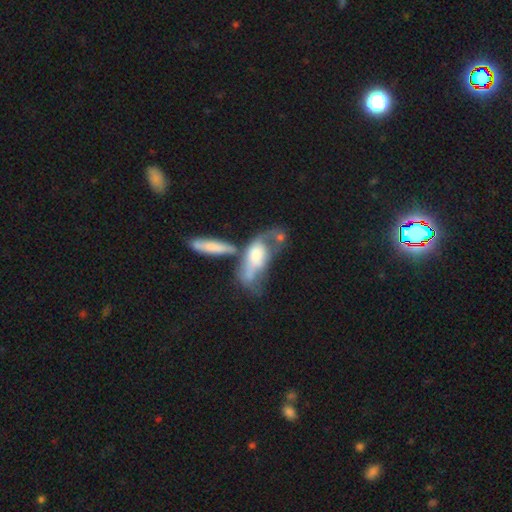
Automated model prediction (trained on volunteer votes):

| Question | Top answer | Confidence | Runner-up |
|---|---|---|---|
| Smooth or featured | featured or disk | 51% | smooth (39%) |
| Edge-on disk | no | 77% | yes (23%) |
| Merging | merger | 45% | major disturbance (25%) |